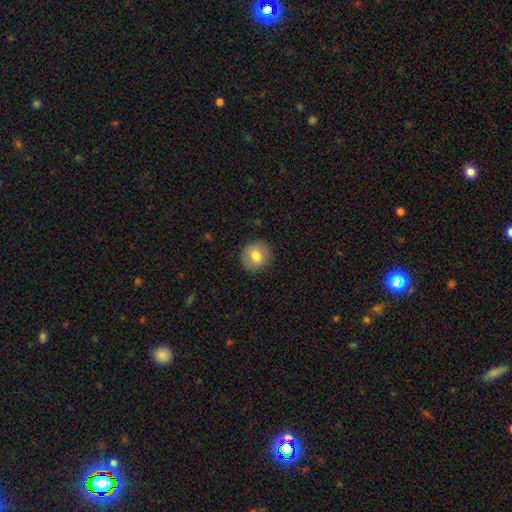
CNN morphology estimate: Smooth or featured? Predicted: smooth (p=0.77). How rounded? Predicted: round (p=0.89). Merging? Predicted: none (p=0.89).